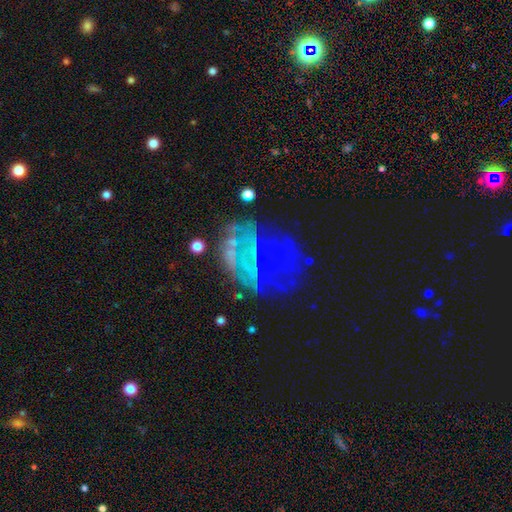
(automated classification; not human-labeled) smooth_or_featured: featured or disk (p=0.55) [alt: star or artifact p=0.30]
disk_edge_on: no (p=0.97) [alt: yes p=0.03]
bar: no (p=0.85) [alt: weak p=0.09]
has_spiral_arms: no (p=0.83) [alt: yes p=0.17]
bulge_size: none (p=0.83) [alt: small p=0.10]
merging: none (p=0.42) [alt: major disturbance p=0.36]